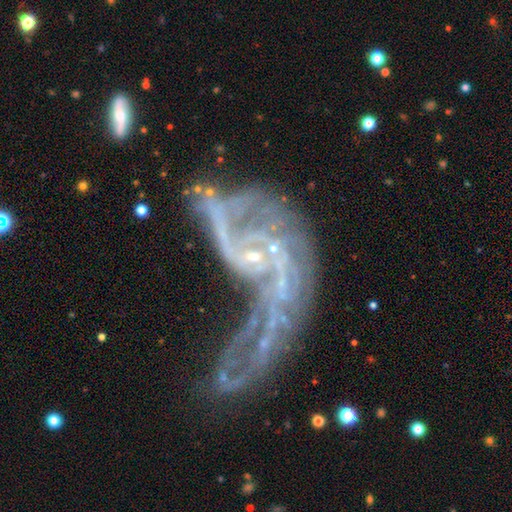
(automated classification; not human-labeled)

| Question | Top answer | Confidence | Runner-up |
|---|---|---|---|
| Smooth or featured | featured or disk | 83% | star or artifact (10%) |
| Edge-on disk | no | 96% | yes (4%) |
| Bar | no | 58% | weak (30%) |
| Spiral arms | yes | 81% | no (19%) |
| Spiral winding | loose | 65% | medium (24%) |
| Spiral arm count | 2 | 54% | can't tell (17%) |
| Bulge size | small | 72% | none (16%) |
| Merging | major disturbance | 40% | merger (33%) |